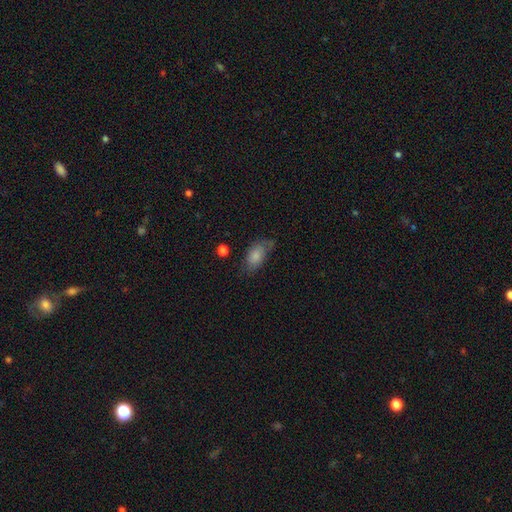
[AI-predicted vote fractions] Morphology: type=smooth (80%); roundness=in between (90%); merging=none (56%).